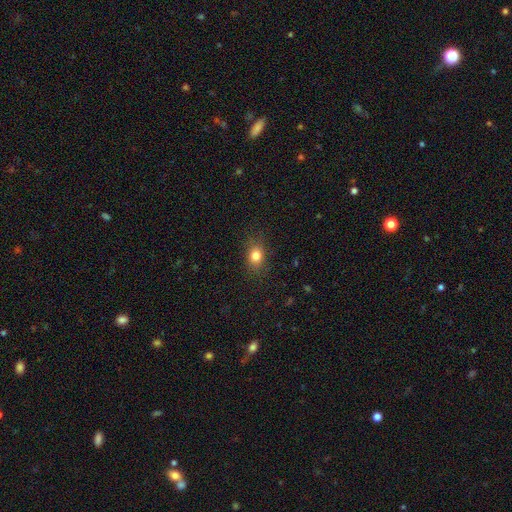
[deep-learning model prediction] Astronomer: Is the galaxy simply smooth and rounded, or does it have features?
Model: smooth — 81%.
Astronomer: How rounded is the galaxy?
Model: in between — 54% (runner-up: round, 45%).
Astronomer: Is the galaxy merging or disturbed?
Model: none — 84%.